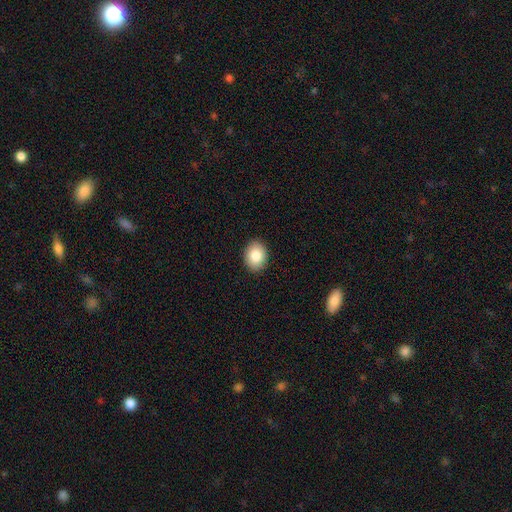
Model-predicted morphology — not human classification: This is clearly a smooth galaxy (85%). How rounded: likely in between (61%). Merging: clearly none (90%).